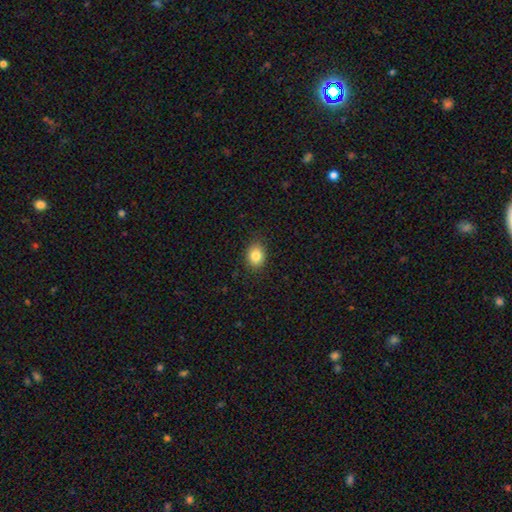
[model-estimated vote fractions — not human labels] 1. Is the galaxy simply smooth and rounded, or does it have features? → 83% smooth, 10% star or artifact, 7% featured or disk.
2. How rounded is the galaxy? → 52% round, 47% in between, 1% cigar-shaped.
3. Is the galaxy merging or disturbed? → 87% none, 10% minor disturbance, 2% major disturbance, 1% merger.